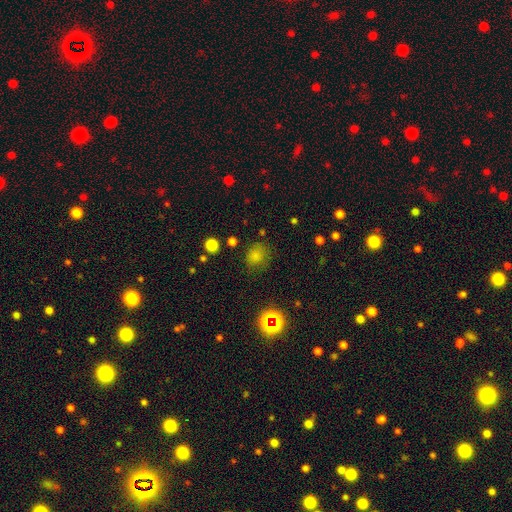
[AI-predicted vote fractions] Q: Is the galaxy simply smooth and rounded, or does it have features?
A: smooth — 73%.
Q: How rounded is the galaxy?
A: round — 69%.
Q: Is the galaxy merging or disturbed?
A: none — 73%.